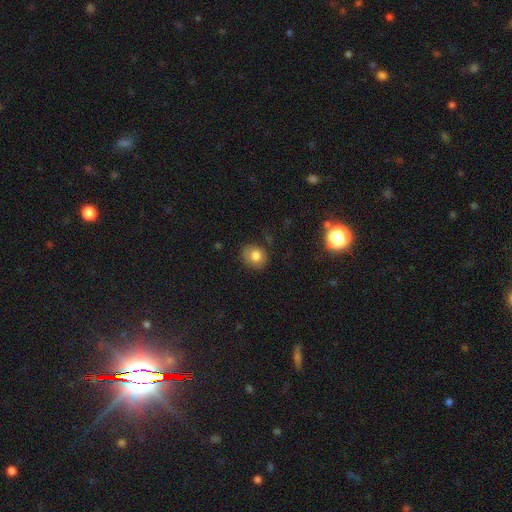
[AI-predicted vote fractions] smooth_or_featured: smooth (p=0.80) [alt: star or artifact p=0.11]
how_rounded: round (p=0.67) [alt: in between p=0.32]
merging: none (p=0.78) [alt: minor disturbance p=0.16]